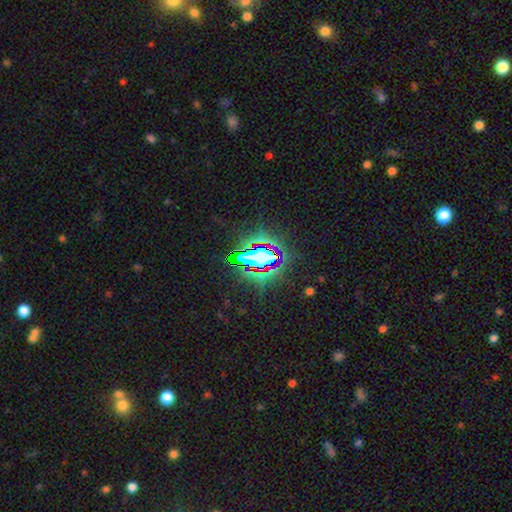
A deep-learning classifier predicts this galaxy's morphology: The model was most divided on "smooth or featured": star or artifact: 70%, smooth: 17%, featured or disk: 13%.